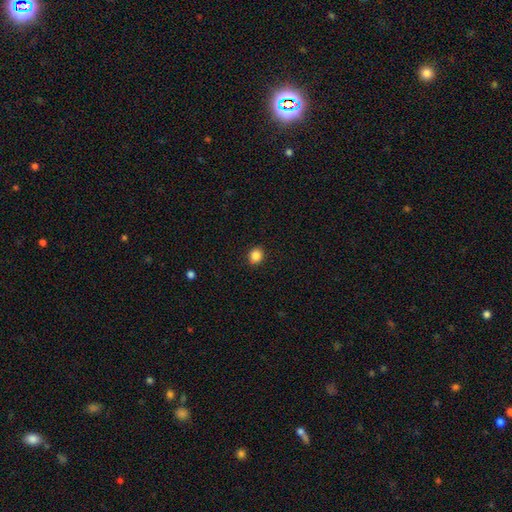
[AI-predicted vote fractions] The model was most divided on "how rounded": round: 74%, in between: 25%, cigar-shaped: 1%. More confident: merging — none (90%); smooth or featured — smooth (86%).